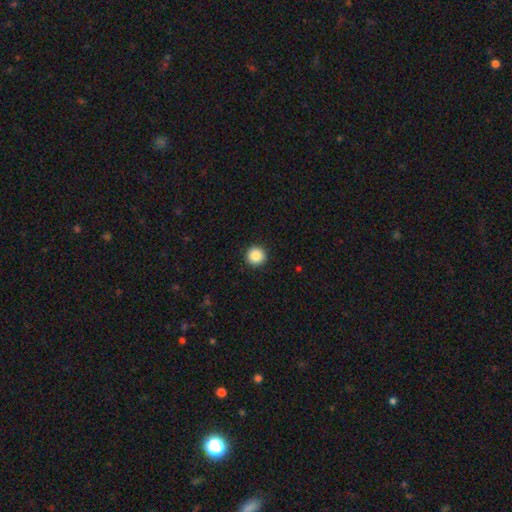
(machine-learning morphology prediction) A smooth galaxy with no disk features (88%) that is round (96%). Merging: none (93%).